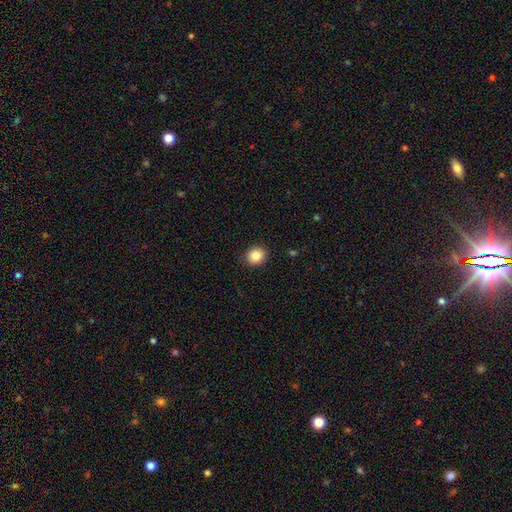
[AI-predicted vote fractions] This appears to be a smooth galaxy with no disk features (86%) that is round (79%). Merging: none (91%).